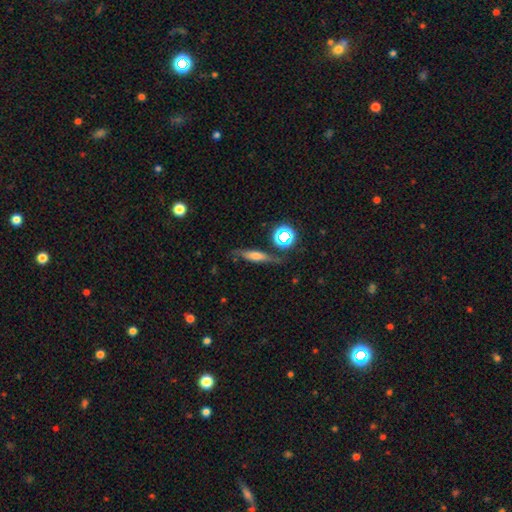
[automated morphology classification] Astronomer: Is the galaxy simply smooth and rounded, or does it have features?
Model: smooth — 50% (runner-up: featured or disk, 36%).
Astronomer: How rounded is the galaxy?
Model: cigar-shaped — 68%.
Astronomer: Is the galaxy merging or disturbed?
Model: none — 73%.